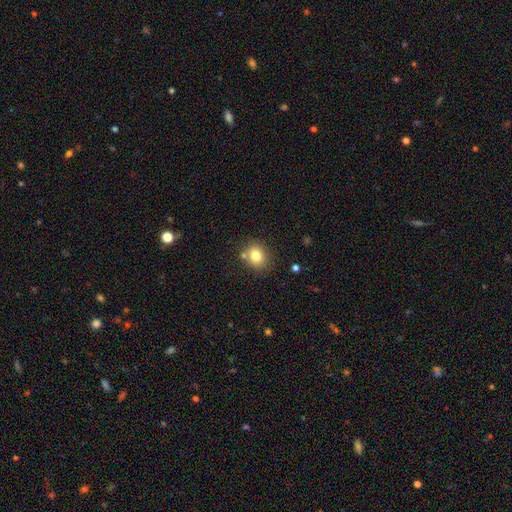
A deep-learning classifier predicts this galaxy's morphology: Smooth or featured?
  - smooth: 80% *
  - star or artifact: 11%
  - featured or disk: 9%
How rounded?
  - round: 70% *
  - in between: 29%
  - cigar-shaped: 1%
Merging?
  - none: 75% *
  - minor disturbance: 12%
  - merger: 11%
  - major disturbance: 3%